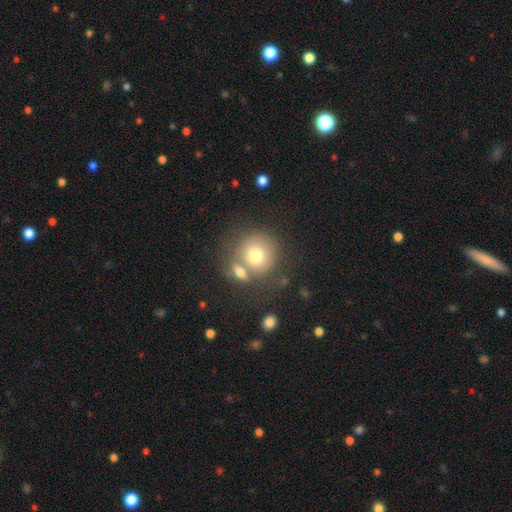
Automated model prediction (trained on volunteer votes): Smooth or featured: smooth — 74% (featured or disk — 16%)
How rounded: round — 89% (in between — 10%)
Merging: none — 54% (merger — 30%)